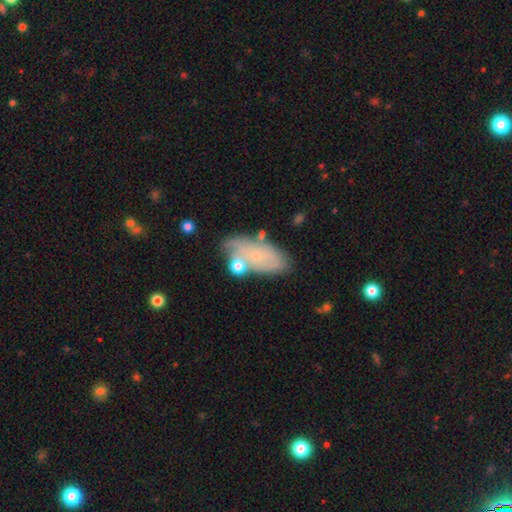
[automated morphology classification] The model was most divided on "smooth or featured": featured or disk: 46%, smooth: 45%, star or artifact: 9%. More confident: merging — none (54%).